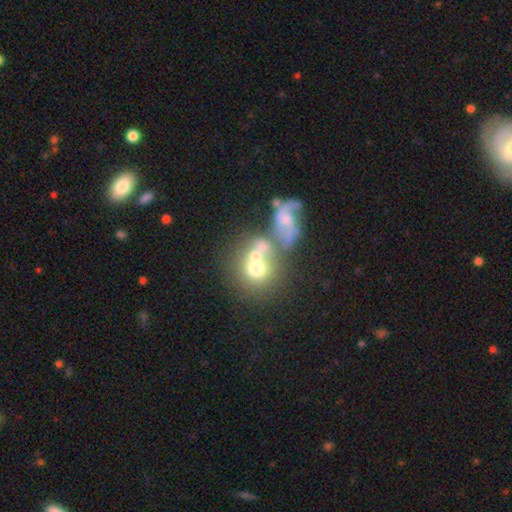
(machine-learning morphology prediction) Smooth or featured: smooth — 52% (featured or disk — 34%)
How rounded: round — 68% (in between — 30%)
Merging: merger — 55% (none — 25%)